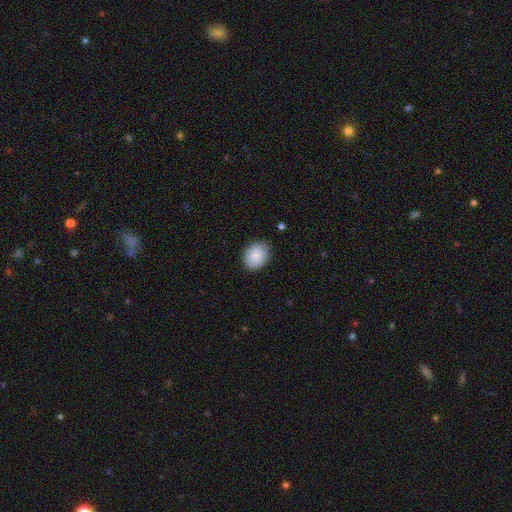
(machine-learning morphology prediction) smooth-or-featured: smooth: 87% | star or artifact: 7% | featured or disk: 6%
  how-rounded: in between: 66% | round: 33% | cigar-shaped: 1%
  merging: none: 83% | minor disturbance: 14% | major disturbance: 3% | merger: 1%